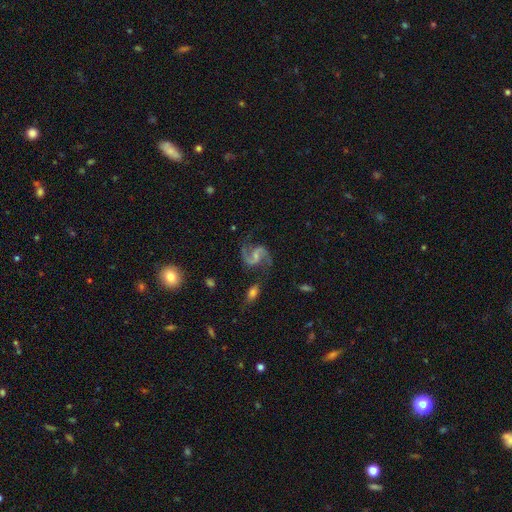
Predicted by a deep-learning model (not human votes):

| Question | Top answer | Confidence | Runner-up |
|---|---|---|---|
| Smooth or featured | featured or disk | 92% | star or artifact (5%) |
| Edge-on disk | no | 98% | yes (2%) |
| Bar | weak | 46% | no (37%) |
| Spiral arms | yes | 98% | no (2%) |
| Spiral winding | medium | 50% | loose (42%) |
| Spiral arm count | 2 | 94% | 1 (1%) |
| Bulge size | small | 55% | moderate (25%) |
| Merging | none | 74% | minor disturbance (15%) |